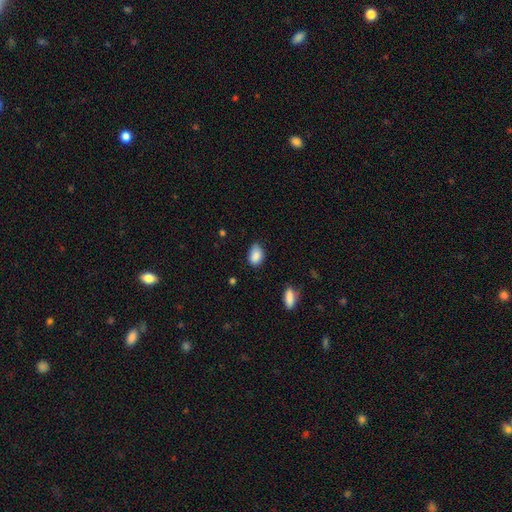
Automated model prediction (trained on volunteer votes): This is clearly a smooth galaxy (87%). How rounded: clearly in between (86%). Merging: likely none (68%).